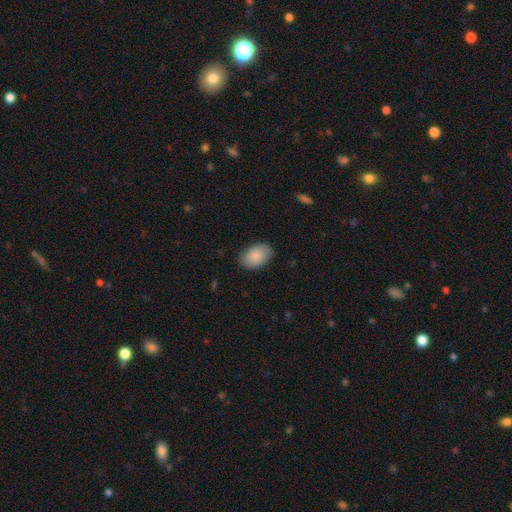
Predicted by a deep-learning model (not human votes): Overall: smooth (87%). How rounded: in between (90%). Merging: none (85%).